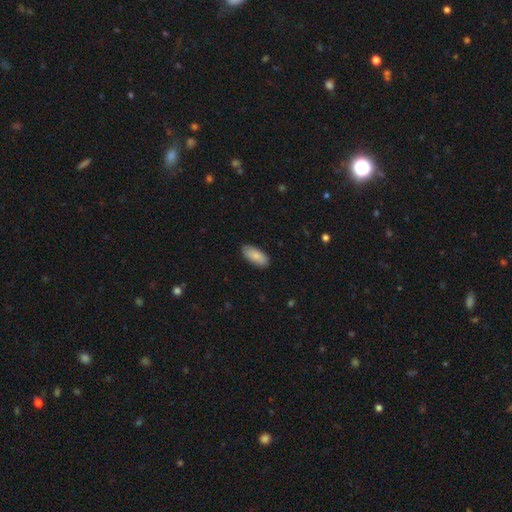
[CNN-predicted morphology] smooth 86%, featured or disk 9%, star or artifact 6%. Down the decision tree: how rounded — in between (89%); merging — none (87%).